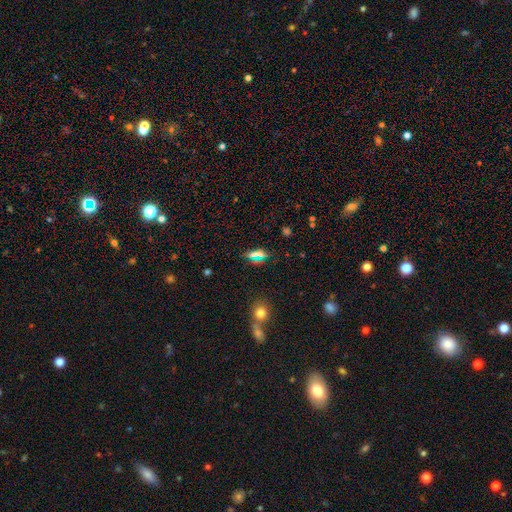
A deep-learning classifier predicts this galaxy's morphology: type=smooth (56%); roundness=in between (60%); merging=none (80%).